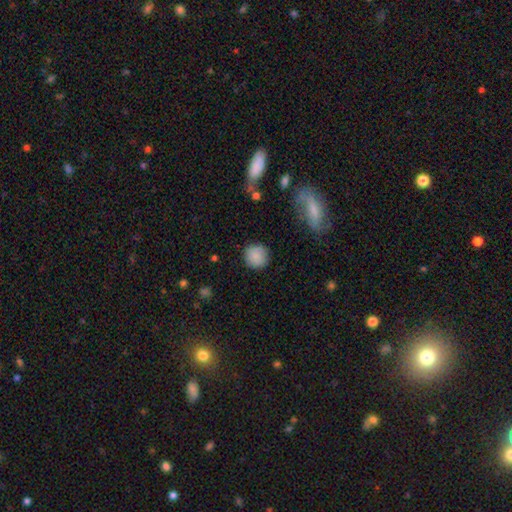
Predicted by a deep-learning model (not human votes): The model was most divided on "merging": none: 86%, minor disturbance: 9%, major disturbance: 3%, merger: 2%. More confident: how rounded — round (92%); smooth or featured — smooth (86%).